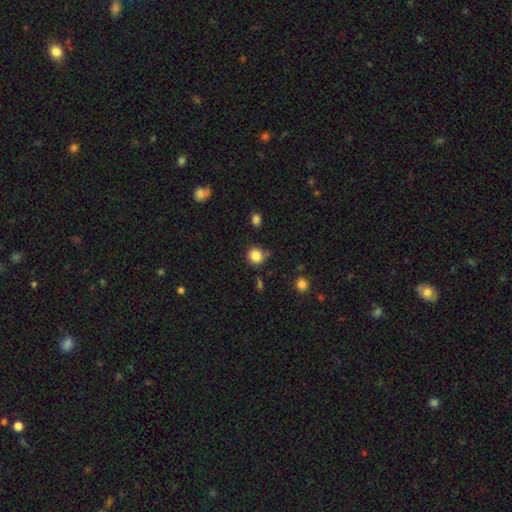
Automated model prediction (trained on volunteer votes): Q: Smooth or featured?
A: smooth (84%); runner-up: star or artifact (10%)
Q: How rounded?
A: round (89%); runner-up: in between (10%)
Q: Merging?
A: none (72%); runner-up: minor disturbance (19%)